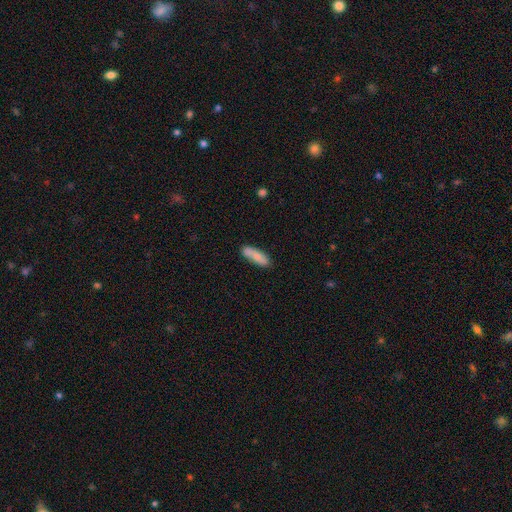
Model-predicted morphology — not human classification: type=smooth (78%); roundness=cigar-shaped (50%); merging=none (71%).